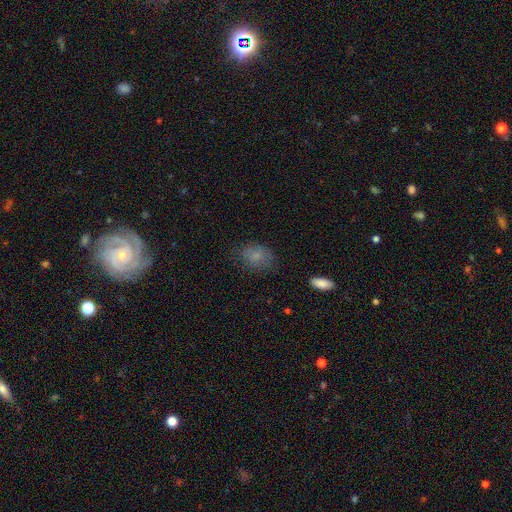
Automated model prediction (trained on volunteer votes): smooth-or-featured: smooth: 77% | featured or disk: 12% | star or artifact: 10%
  how-rounded: in between: 65% | round: 33% | cigar-shaped: 1%
  merging: none: 69% | minor disturbance: 22% | major disturbance: 8% | merger: 2%